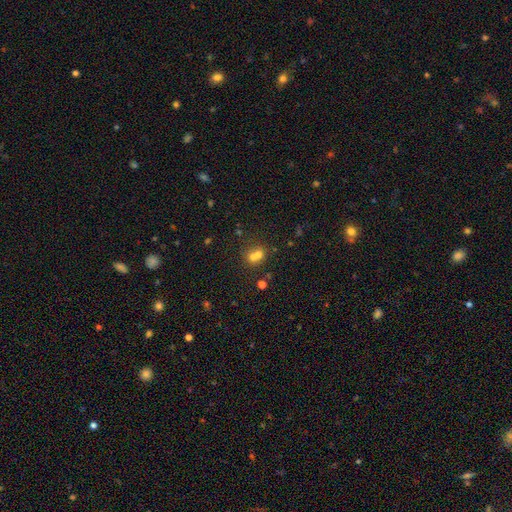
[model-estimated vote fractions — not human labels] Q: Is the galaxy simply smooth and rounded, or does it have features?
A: smooth — 64%.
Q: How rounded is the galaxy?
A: round — 77%.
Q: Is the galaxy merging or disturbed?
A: merger — 58%.